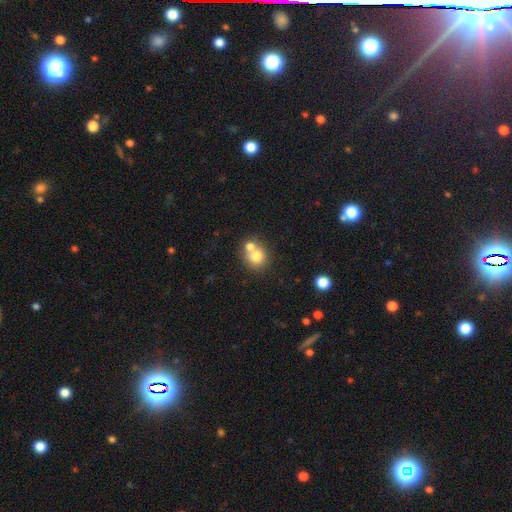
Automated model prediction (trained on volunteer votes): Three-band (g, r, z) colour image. It shows a smooth galaxy with no disk features (74%) that is round (81%). Merging: merger (46%).